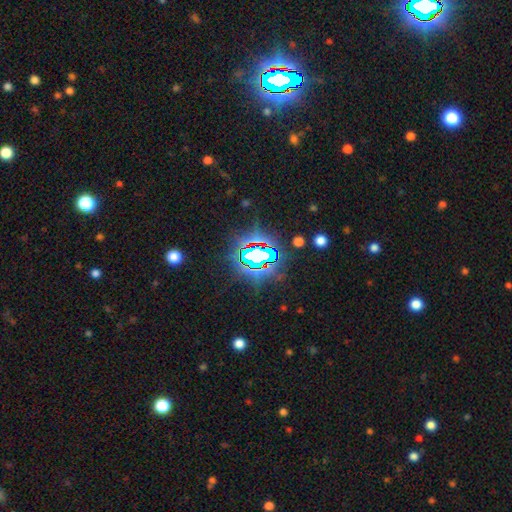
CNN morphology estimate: A star or artifact, not a galaxy (80%).

Vote fractions:
- Smooth or featured? star or artifact: 80% / smooth: 11% / featured or disk: 8%